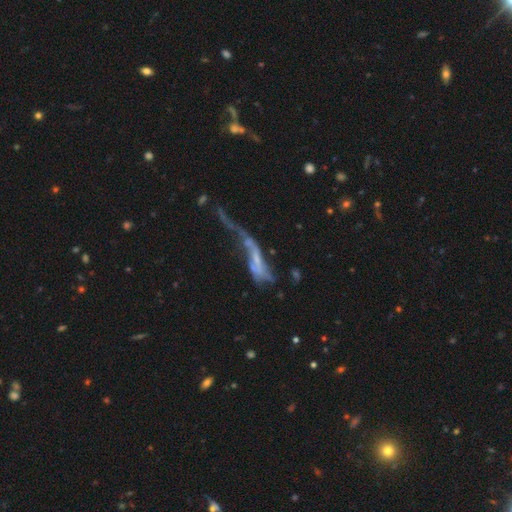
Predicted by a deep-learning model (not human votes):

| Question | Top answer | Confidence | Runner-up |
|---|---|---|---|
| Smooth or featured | featured or disk | 47% | star or artifact (27%) |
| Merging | major disturbance | 40% | merger (25%) |